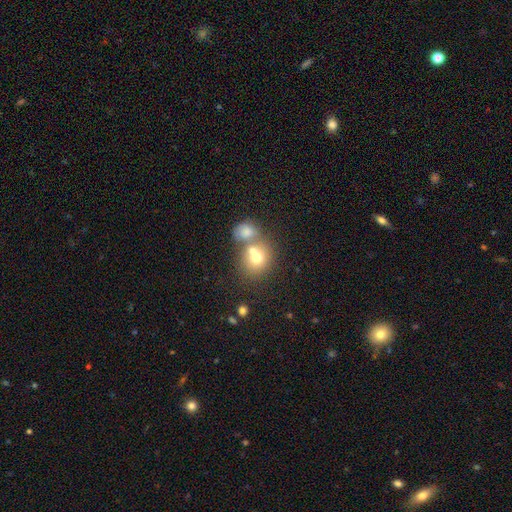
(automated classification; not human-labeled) This is likely a smooth galaxy (66%). How rounded: likely round (70%). Merging: possibly merger (57%).